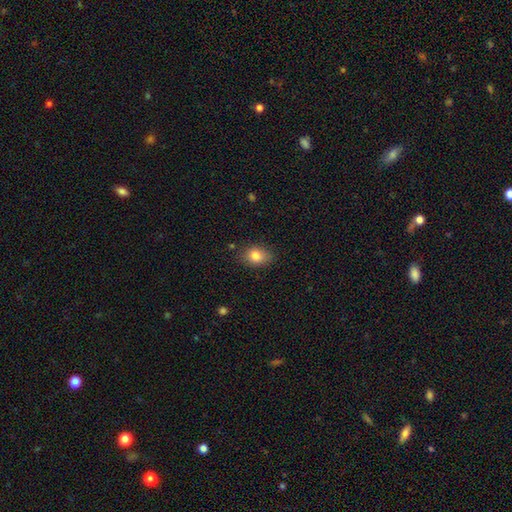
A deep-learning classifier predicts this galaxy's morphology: smooth-or-featured: smooth: 81% | star or artifact: 10% | featured or disk: 9%
  how-rounded: in between: 67% | round: 31% | cigar-shaped: 1%
  merging: none: 82% | minor disturbance: 13% | major disturbance: 3% | merger: 2%